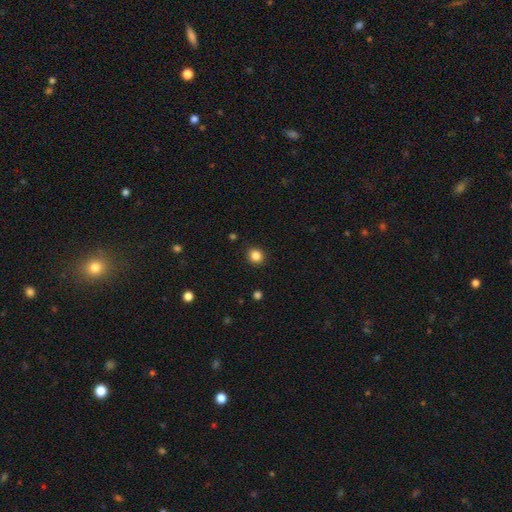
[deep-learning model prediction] This appears to be a smooth galaxy with no disk features (85%) that is round (85%). Merging: none (91%).